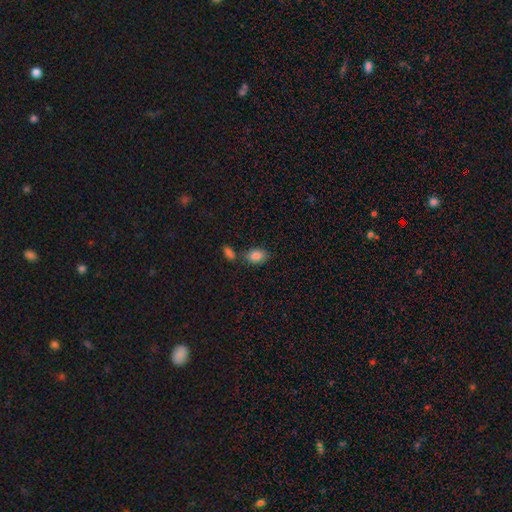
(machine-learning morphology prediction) Smooth or featured? smooth (85%)
How rounded? in between (82%)
Merging? none (64%)